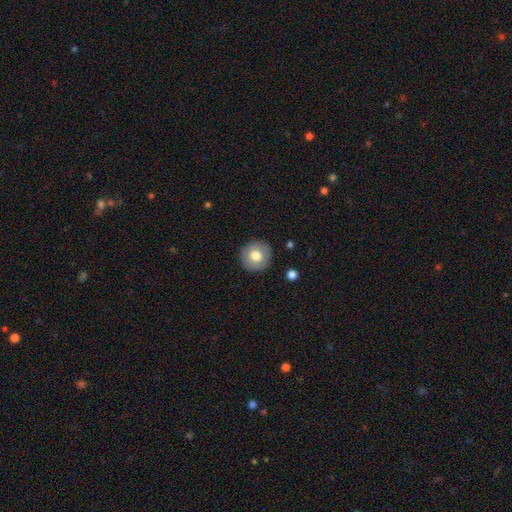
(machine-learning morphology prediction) A smooth galaxy with no disk features (74%) that is round (94%).

Vote fractions:
- Smooth or featured? smooth: 74% / featured or disk: 18% / star or artifact: 8%
- How rounded? round: 94% / in between: 5% / cigar-shaped: 1%
- Merging? none: 90% / minor disturbance: 7% / major disturbance: 2% / merger: 1%